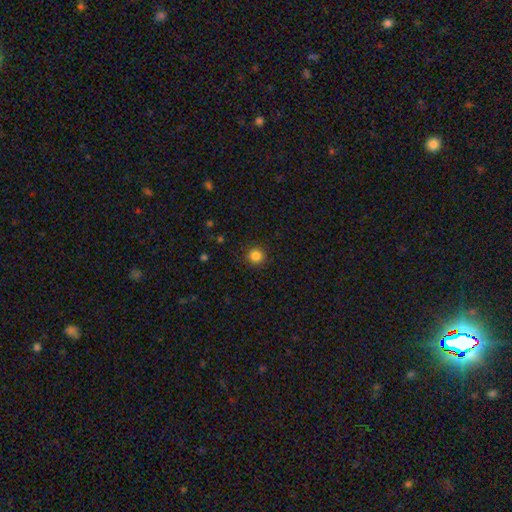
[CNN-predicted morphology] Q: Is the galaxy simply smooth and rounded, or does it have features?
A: smooth — 84%.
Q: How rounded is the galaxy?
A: round — 94%.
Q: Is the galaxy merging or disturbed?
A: none — 91%.